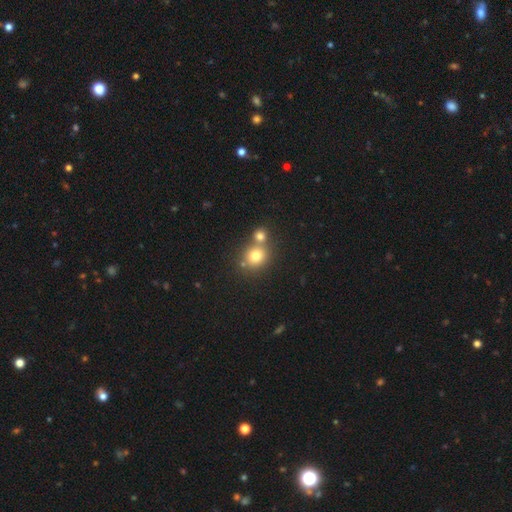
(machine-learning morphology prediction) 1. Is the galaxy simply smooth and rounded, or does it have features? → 77% smooth, 13% star or artifact, 10% featured or disk.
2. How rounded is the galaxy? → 81% round, 18% in between, 1% cigar-shaped.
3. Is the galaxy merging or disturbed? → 52% none, 38% merger, 7% minor disturbance, 3% major disturbance.